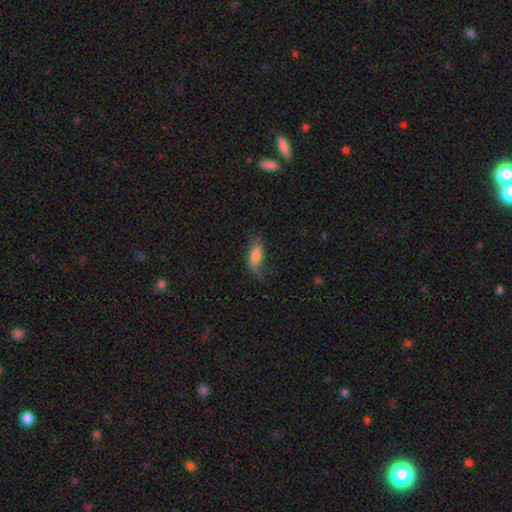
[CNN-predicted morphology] Overall: smooth (59%; featured or disk 32%). How rounded: in between (78%). Merging: none (43%; minor disturbance 28%).